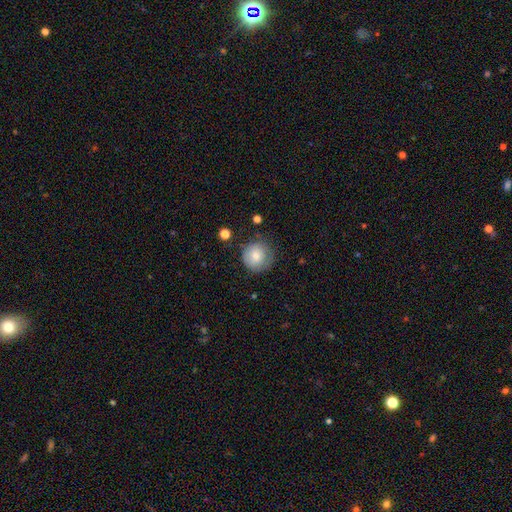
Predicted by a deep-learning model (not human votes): Smooth or featured? Predicted: smooth (p=0.77). How rounded? Predicted: round (p=0.93). Merging? Predicted: none (p=0.74).